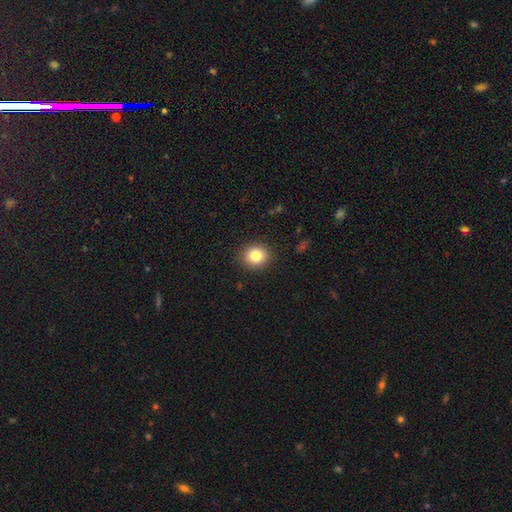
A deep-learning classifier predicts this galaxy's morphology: smooth_or_featured: smooth (p=0.82) [alt: star or artifact p=0.11]
how_rounded: round (p=0.80) [alt: in between p=0.19]
merging: none (p=0.90) [alt: minor disturbance p=0.06]